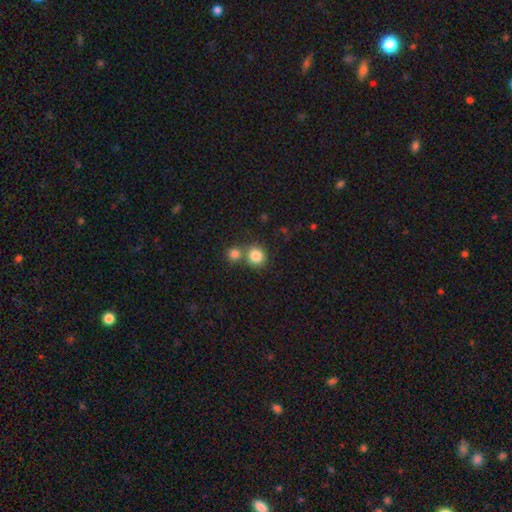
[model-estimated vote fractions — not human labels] smooth_or_featured: smooth (p=0.83) [alt: star or artifact p=0.11]
how_rounded: round (p=0.85) [alt: in between p=0.15]
merging: none (p=0.57) [alt: merger p=0.32]